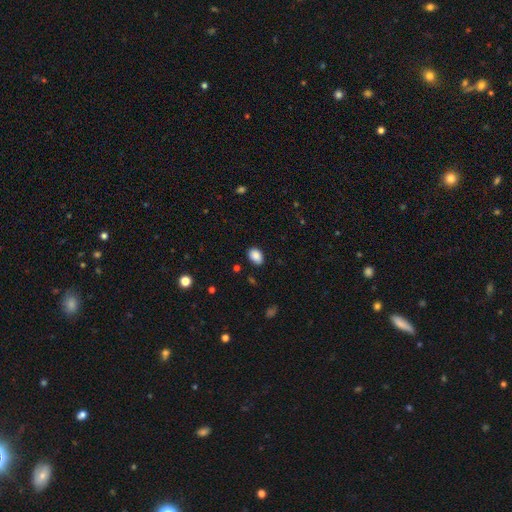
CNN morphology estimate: The model was most divided on "how rounded": in between: 81%, round: 18%, cigar-shaped: 1%. More confident: smooth or featured — smooth (88%); merging — none (85%).